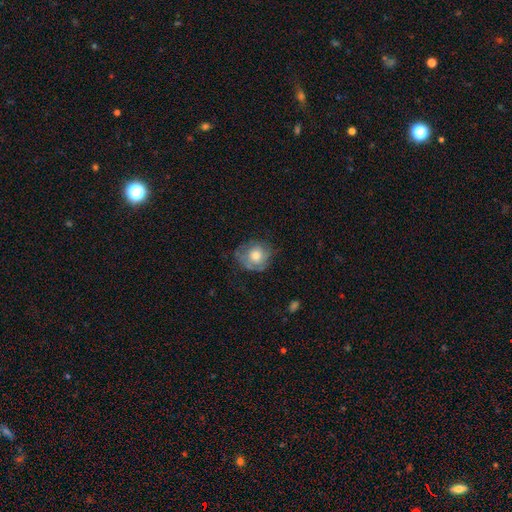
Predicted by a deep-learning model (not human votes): Q: Smooth or featured?
A: smooth (51%); runner-up: featured or disk (41%)
Q: How rounded?
A: round (79%); runner-up: in between (20%)
Q: Merging?
A: none (62%); runner-up: minor disturbance (26%)